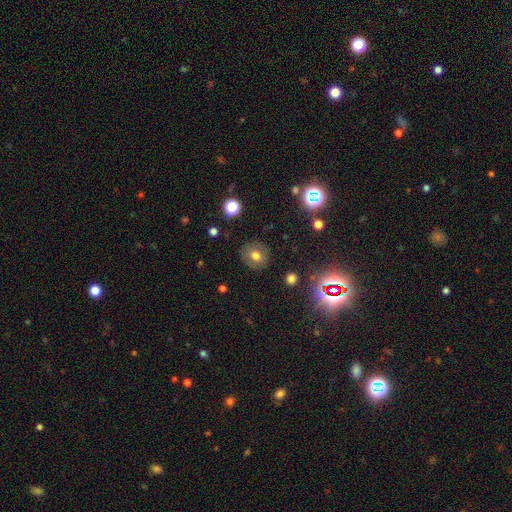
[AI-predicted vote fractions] Morphology: type=smooth (61%); roundness=round (79%); merging=none (85%).